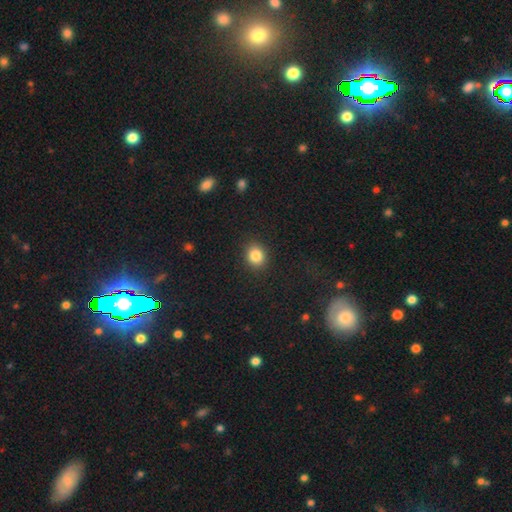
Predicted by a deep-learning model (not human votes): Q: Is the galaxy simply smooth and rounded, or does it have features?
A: smooth — 85%.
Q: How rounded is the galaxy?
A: round — 74%.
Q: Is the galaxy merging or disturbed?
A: none — 89%.